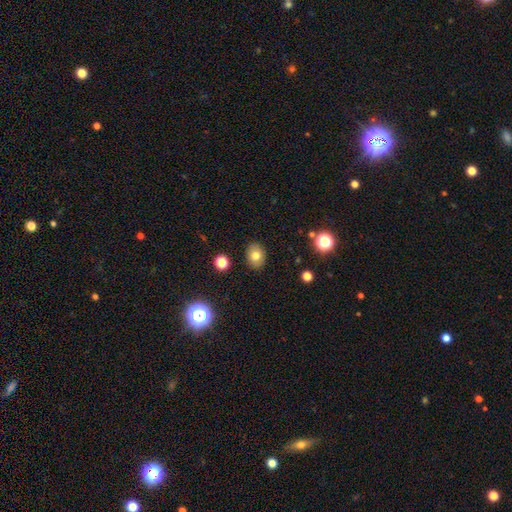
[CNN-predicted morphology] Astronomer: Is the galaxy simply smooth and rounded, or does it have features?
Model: smooth — 77%.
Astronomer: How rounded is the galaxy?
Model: in between — 60% (runner-up: round, 39%).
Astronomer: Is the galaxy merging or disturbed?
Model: none — 88%.